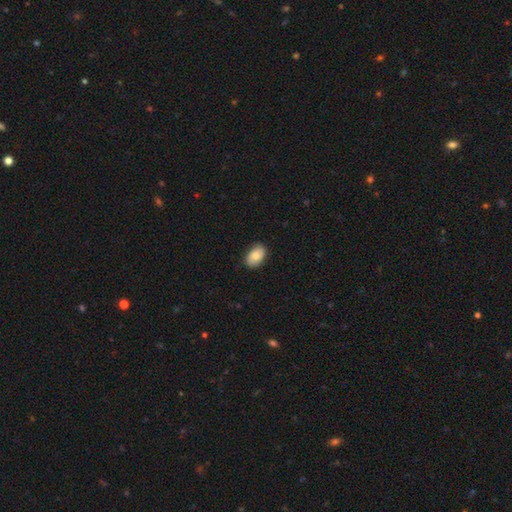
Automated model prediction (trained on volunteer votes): smooth_or_featured: smooth (p=0.79) [alt: featured or disk p=0.14]
how_rounded: in between (p=0.90) [alt: round p=0.08]
merging: none (p=0.84) [alt: minor disturbance p=0.13]